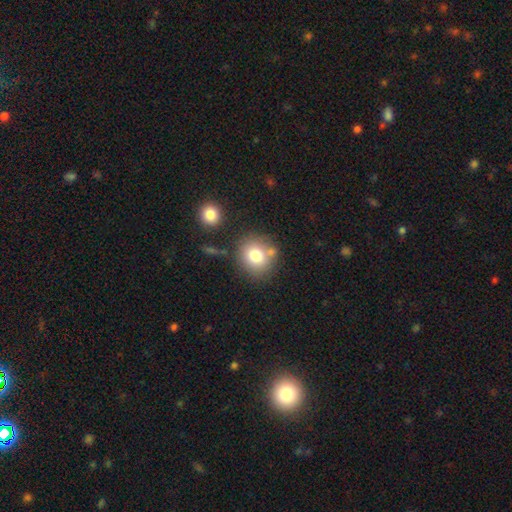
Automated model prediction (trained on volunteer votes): smooth_or_featured: smooth (p=0.78) [alt: featured or disk p=0.11]
how_rounded: round (p=0.81) [alt: in between p=0.18]
merging: none (p=0.68) [alt: merger p=0.14]